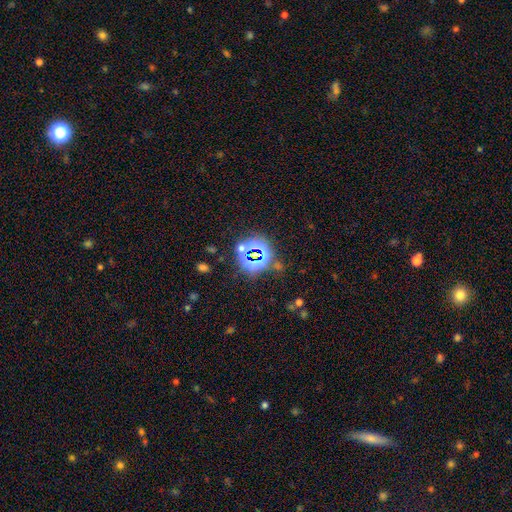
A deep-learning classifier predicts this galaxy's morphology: Smooth or featured: star or artifact — 73% (smooth — 18%)